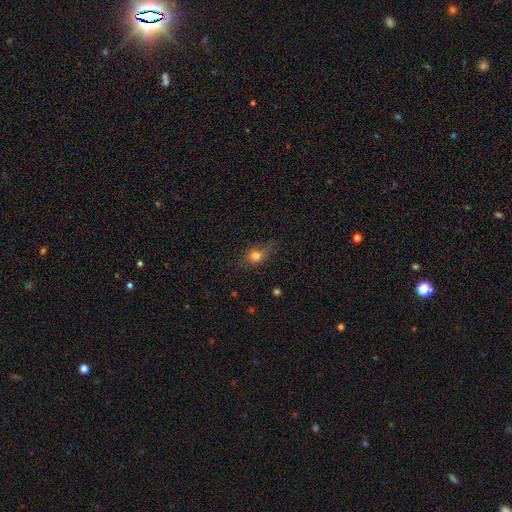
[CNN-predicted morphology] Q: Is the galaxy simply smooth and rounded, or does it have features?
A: smooth — 72%.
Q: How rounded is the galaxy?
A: in between — 48%.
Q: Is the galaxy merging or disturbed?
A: none — 58%.